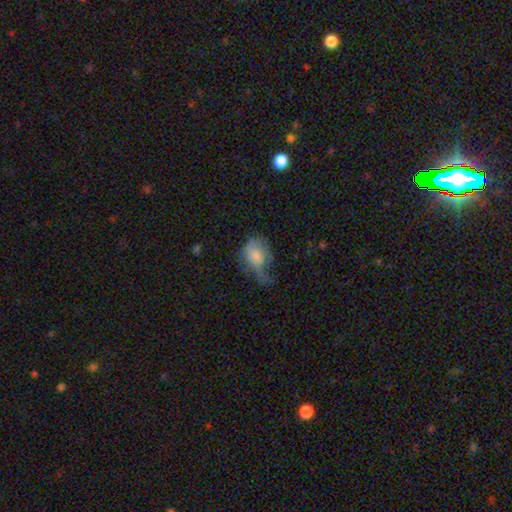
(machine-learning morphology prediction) A smooth galaxy with no disk features (63%) that is in between round and cigar-shaped (72%).

Vote fractions:
- Smooth or featured? smooth: 63% / featured or disk: 29% / star or artifact: 8%
- How rounded? in between: 72% / round: 26% / cigar-shaped: 2%
- Merging? major disturbance: 51% / minor disturbance: 28% / none: 18% / merger: 3%